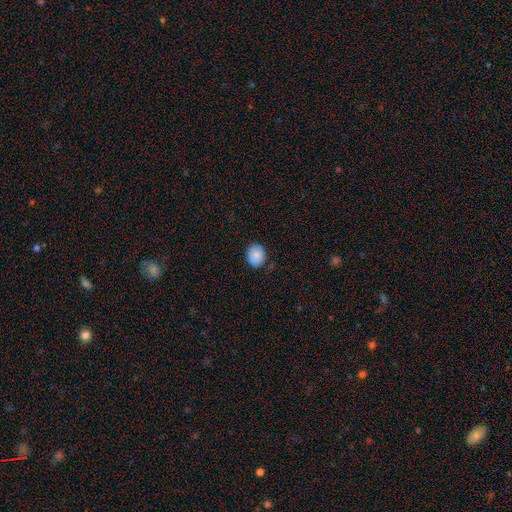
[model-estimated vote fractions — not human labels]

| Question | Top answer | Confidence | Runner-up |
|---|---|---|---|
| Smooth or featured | smooth | 85% | star or artifact (8%) |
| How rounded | round | 65% | in between (34%) |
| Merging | none | 84% | minor disturbance (12%) |